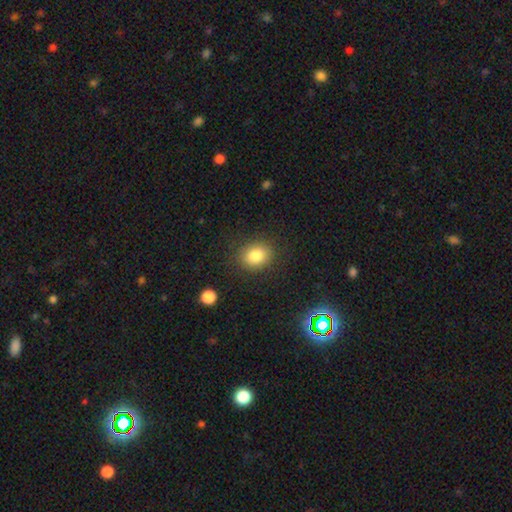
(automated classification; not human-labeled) This is clearly a smooth galaxy (82%). How rounded: possibly round (53%). Merging: clearly none (85%).